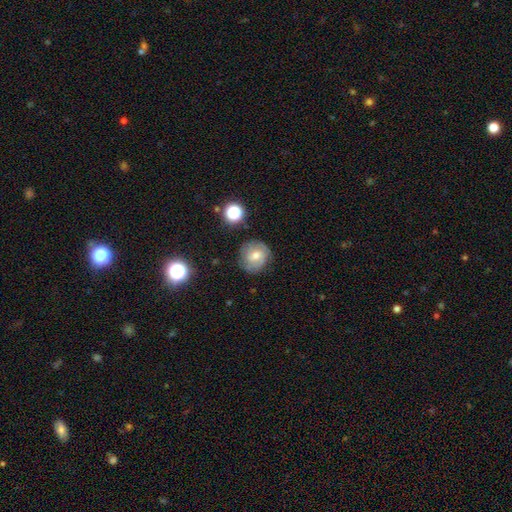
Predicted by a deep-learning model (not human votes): Morphology: type=featured or disk (62%); edge-on=no (97%); bar=no (56%); spiral arms=yes (88%); winding=tight (58%); arm count=2 (37%); bulge=moderate (62%); merging=none (77%).